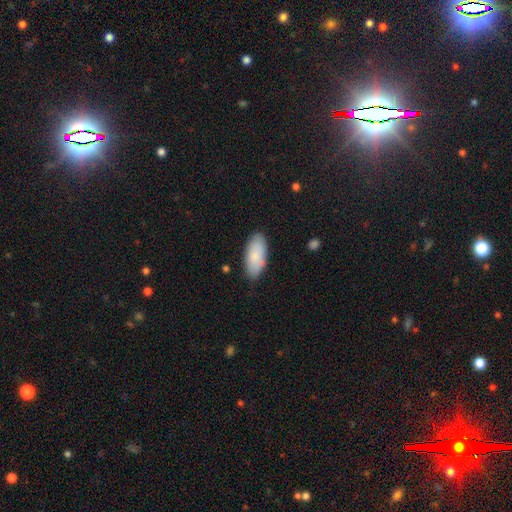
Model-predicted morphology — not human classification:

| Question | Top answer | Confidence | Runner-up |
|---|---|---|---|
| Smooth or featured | smooth | 84% | featured or disk (11%) |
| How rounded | in between | 89% | cigar-shaped (9%) |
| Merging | none | 83% | minor disturbance (13%) |